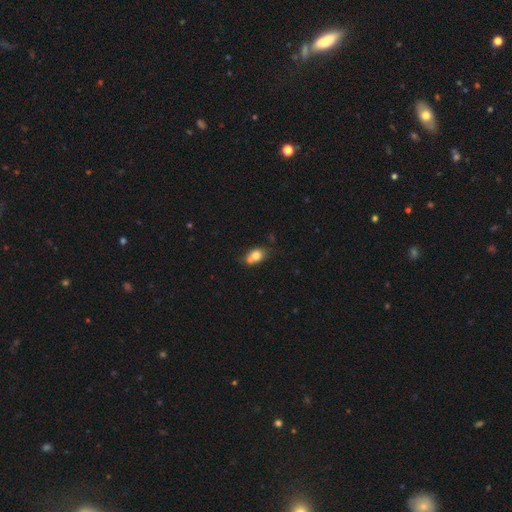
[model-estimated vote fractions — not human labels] smooth_or_featured: smooth (p=0.75) [alt: featured or disk p=0.16]
how_rounded: in between (p=0.65) [alt: round p=0.33]
merging: none (p=0.46) [alt: merger p=0.30]